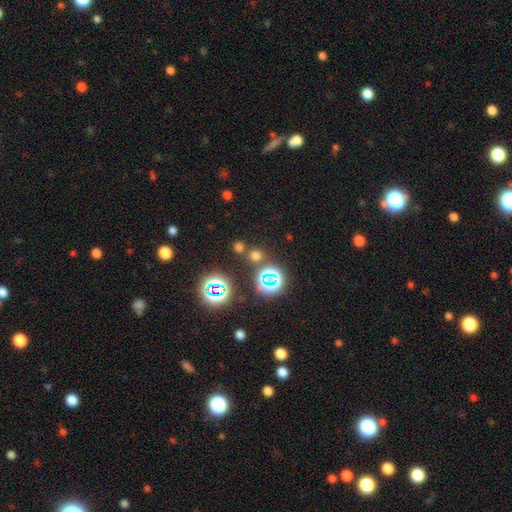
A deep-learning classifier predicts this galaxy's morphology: The model was most divided on "smooth or featured": smooth: 55%, star or artifact: 38%, featured or disk: 7%. More confident: how rounded — round (88%); merging — none (75%).